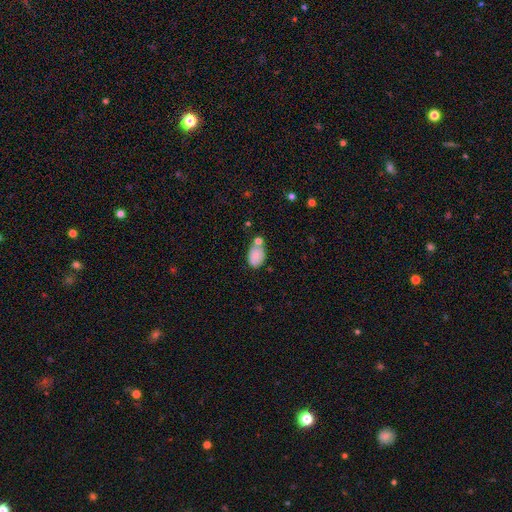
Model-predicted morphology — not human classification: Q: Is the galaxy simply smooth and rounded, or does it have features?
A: smooth — 82%.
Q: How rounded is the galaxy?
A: in between — 88%.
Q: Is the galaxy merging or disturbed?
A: none — 45%.